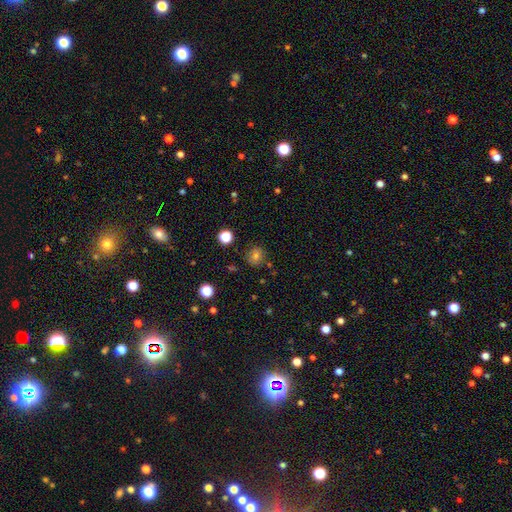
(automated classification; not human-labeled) smooth 73%, star or artifact 17%, featured or disk 10%. Down the decision tree: how rounded — round (83%); merging — none (83%).